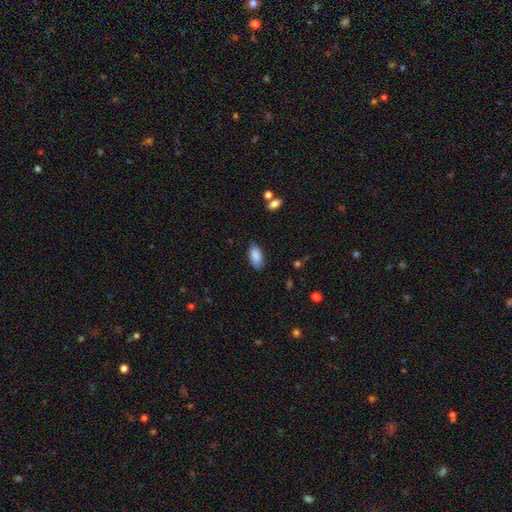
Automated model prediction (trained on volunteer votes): Morphology: type=smooth (87%); roundness=in between (93%); merging=none (80%).